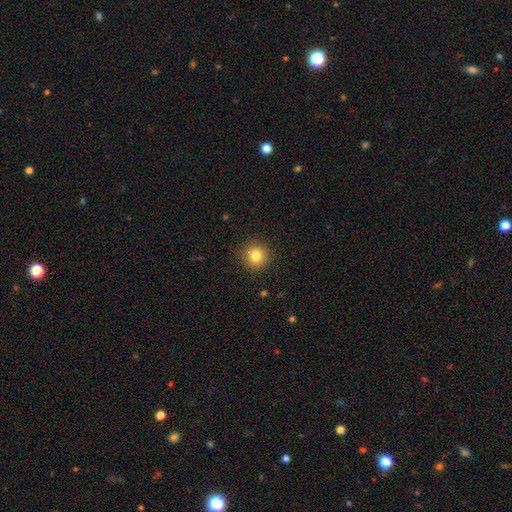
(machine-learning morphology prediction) Smooth or featured? smooth (82%)
How rounded? round (93%)
Merging? none (90%)